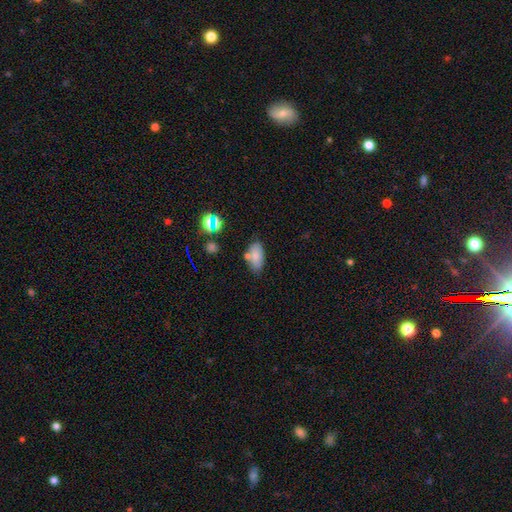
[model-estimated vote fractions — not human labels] Smooth or featured? smooth (77%)
How rounded? in between (91%)
Merging? none (66%)